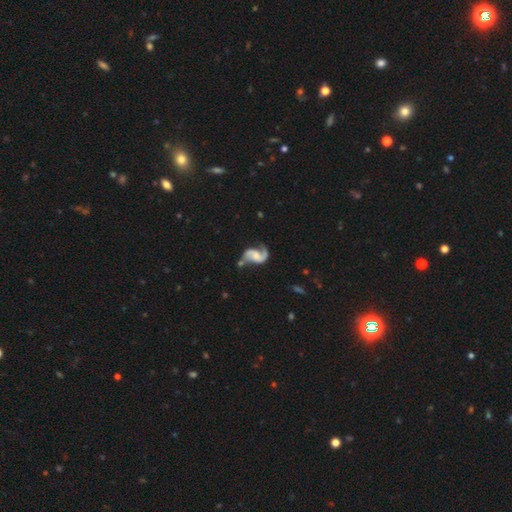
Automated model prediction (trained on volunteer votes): This is clearly a featured or disk galaxy (87%). It is clearly not viewed edge-on (98%). Bar: possibly no (49%). Spiral arm pattern: clearly yes (96%). Spiral arm count: clearly 2 (86%). Spiral winding: possibly loose (46%). Central bulge: marginally small (38%). Merging: possibly none (53%).